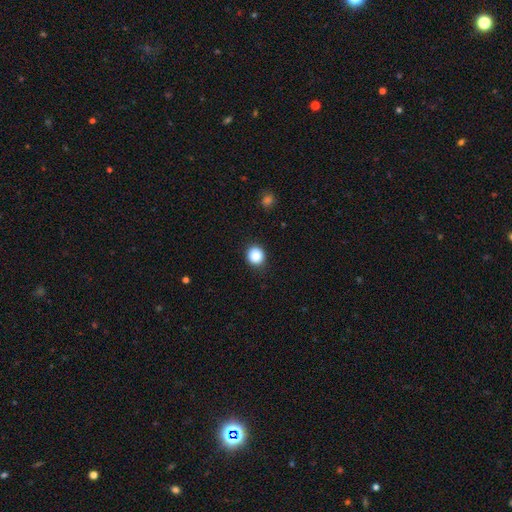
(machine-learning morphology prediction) The model was most divided on "how rounded": round: 87%, in between: 12%, cigar-shaped: 1%. More confident: merging — none (90%); smooth or featured — smooth (87%).